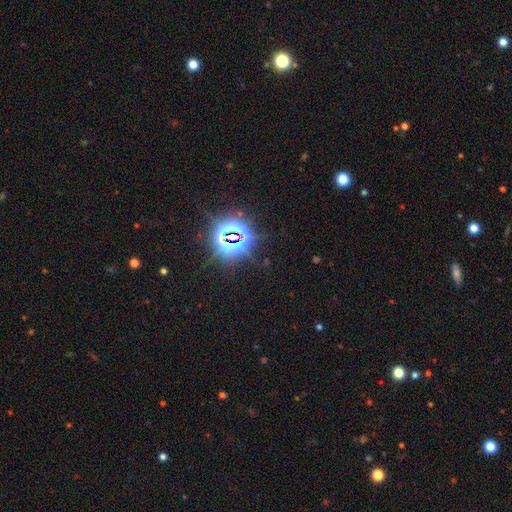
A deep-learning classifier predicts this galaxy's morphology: Smooth or featured? star or artifact (83%)